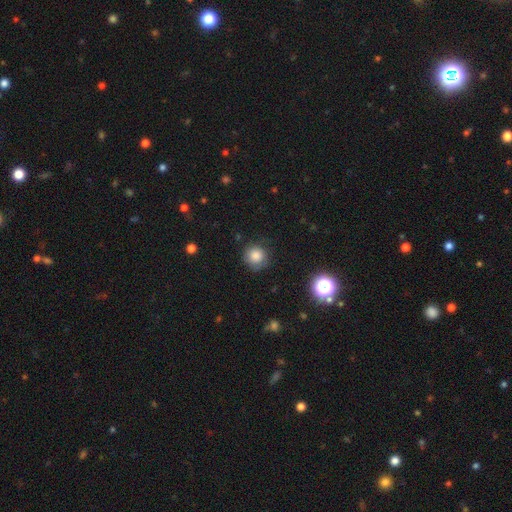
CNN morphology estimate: smooth-or-featured: smooth: 82% | star or artifact: 11% | featured or disk: 7%
  how-rounded: round: 92% | in between: 7% | cigar-shaped: 1%
  merging: none: 78% | minor disturbance: 16% | major disturbance: 4% | merger: 1%